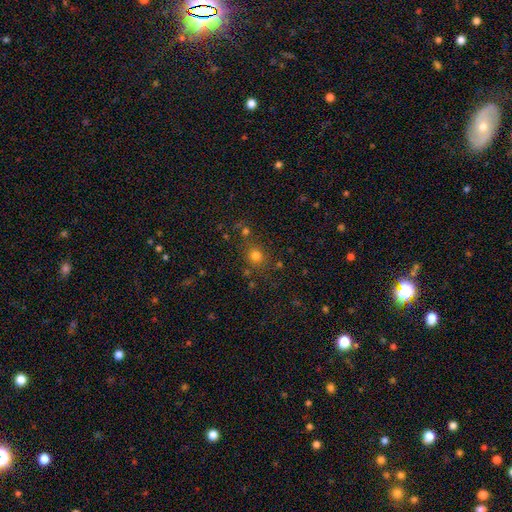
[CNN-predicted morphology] Q: Smooth or featured?
A: smooth (74%); runner-up: star or artifact (19%)
Q: How rounded?
A: round (85%); runner-up: in between (14%)
Q: Merging?
A: none (76%); runner-up: minor disturbance (10%)